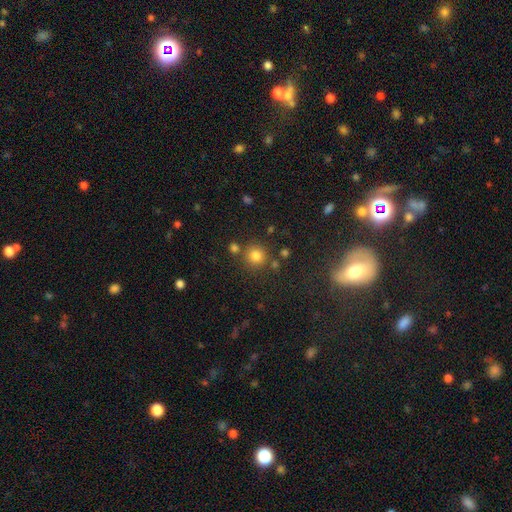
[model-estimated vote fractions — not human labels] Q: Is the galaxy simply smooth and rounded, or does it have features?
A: smooth — 80%.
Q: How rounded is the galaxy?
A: round — 93%.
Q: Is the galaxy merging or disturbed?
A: none — 80%.